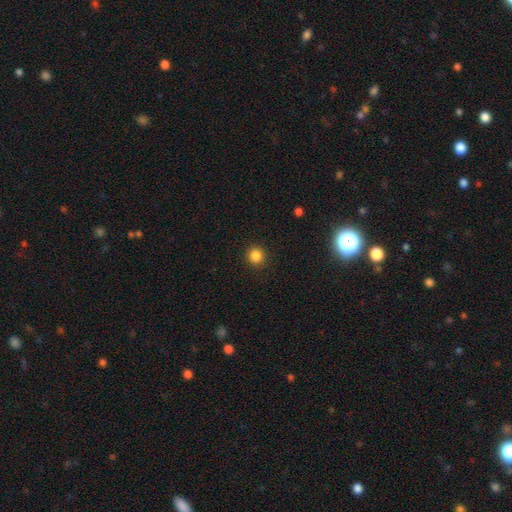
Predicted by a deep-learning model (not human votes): A smooth galaxy with no disk features (85%) that is round (92%).

Vote fractions:
- Smooth or featured? smooth: 85% / star or artifact: 11% / featured or disk: 4%
- How rounded? round: 92% / in between: 7% / cigar-shaped: 1%
- Merging? none: 92% / minor disturbance: 5% / major disturbance: 2% / merger: 1%